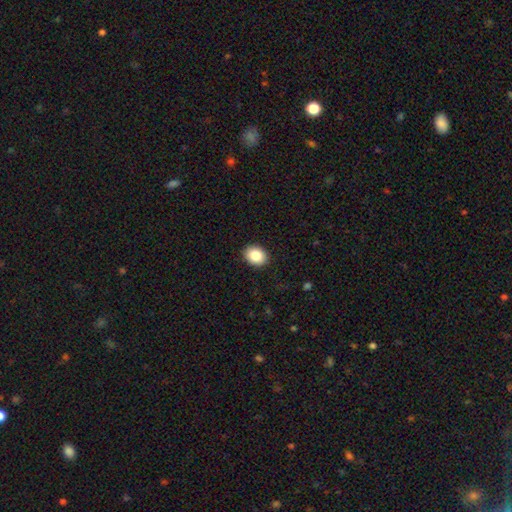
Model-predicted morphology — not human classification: Overall: smooth (87%). How rounded: in between (59%; round 40%). Merging: none (91%).